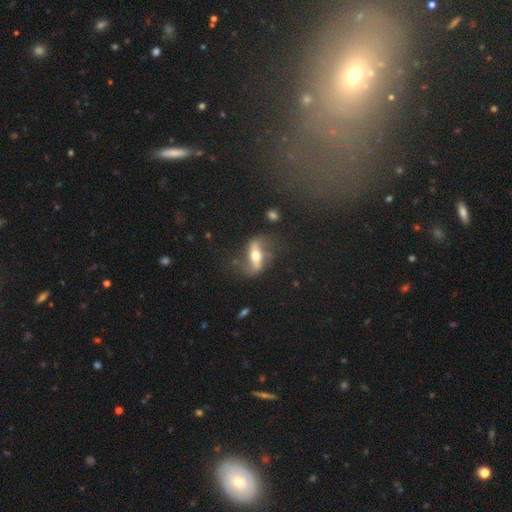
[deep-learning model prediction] A featured or disk galaxy (71%). Merging: none (63%).